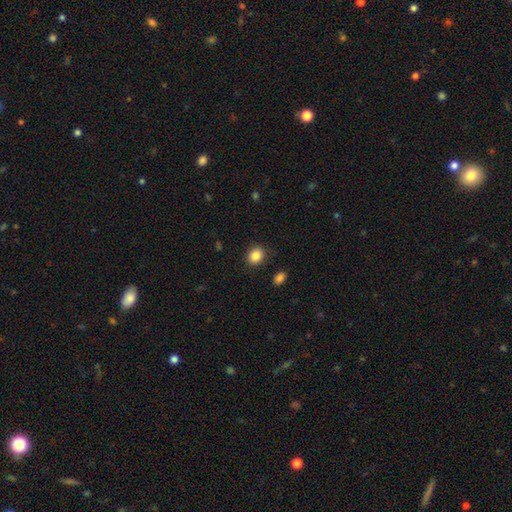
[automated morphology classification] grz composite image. It shows a smooth galaxy with no disk features (86%) that is round (62%). Merging: none (87%).